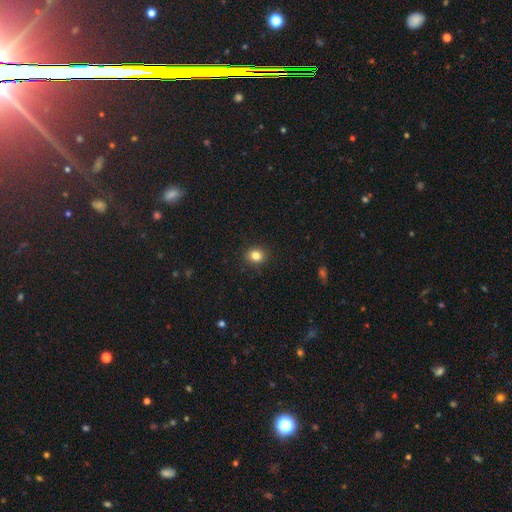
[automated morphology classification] smooth_or_featured: smooth (p=0.83) [alt: star or artifact p=0.11]
how_rounded: round (p=0.75) [alt: in between p=0.24]
merging: none (p=0.91) [alt: minor disturbance p=0.06]